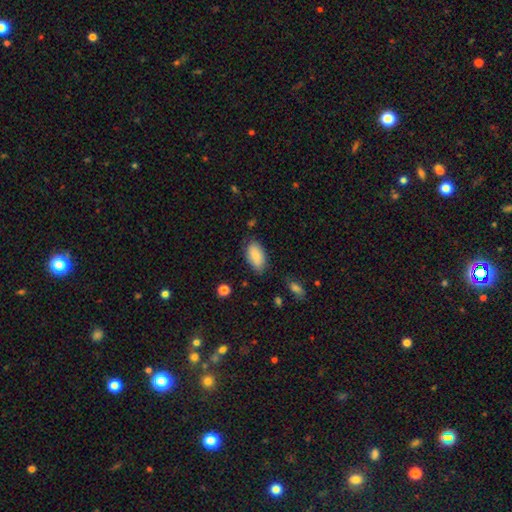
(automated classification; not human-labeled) Smooth or featured? Predicted: smooth (p=0.81). How rounded? Predicted: in between (p=0.94). Merging? Predicted: none (p=0.73).